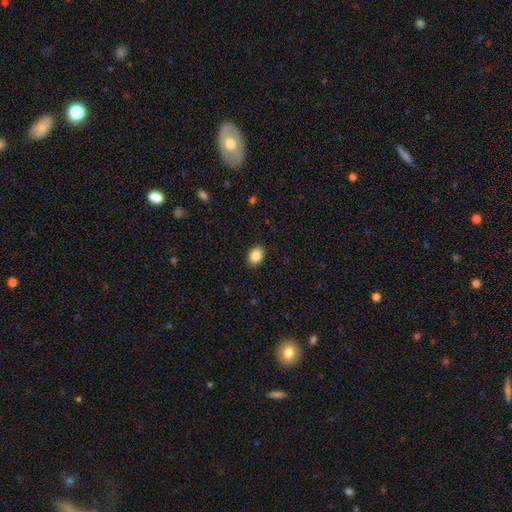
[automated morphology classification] A smooth galaxy with no disk features (86%) that is in between round and cigar-shaped (80%). Merging: none (88%).